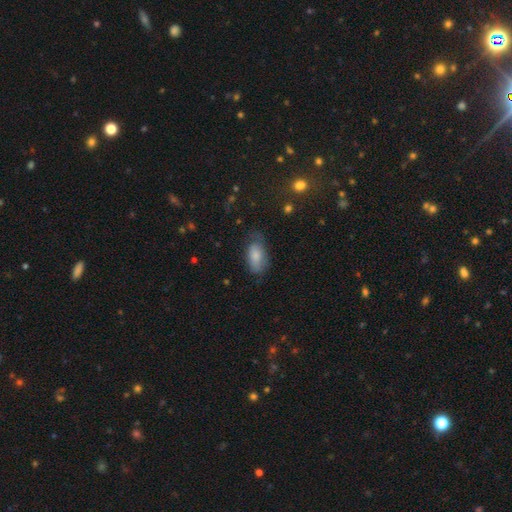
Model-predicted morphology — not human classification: smooth-or-featured: smooth: 79% | featured or disk: 14% | star or artifact: 7%
  how-rounded: in between: 93% | round: 4% | cigar-shaped: 3%
  merging: none: 56% | minor disturbance: 30% | major disturbance: 12% | merger: 2%